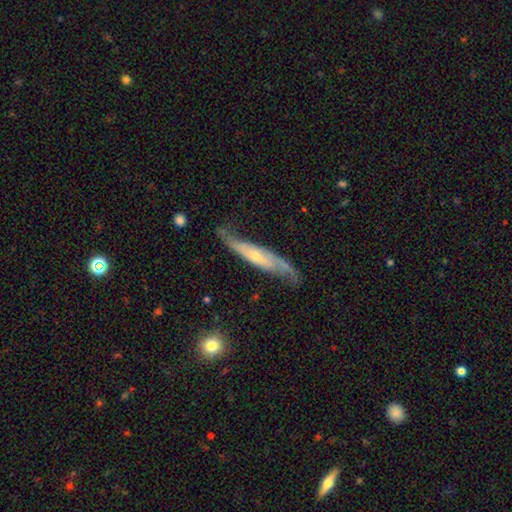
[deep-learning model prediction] A featured or disk galaxy (79%) with no bar (59%), spiral arms (92%) and a small central bulge (66%). Merging: none (63%).